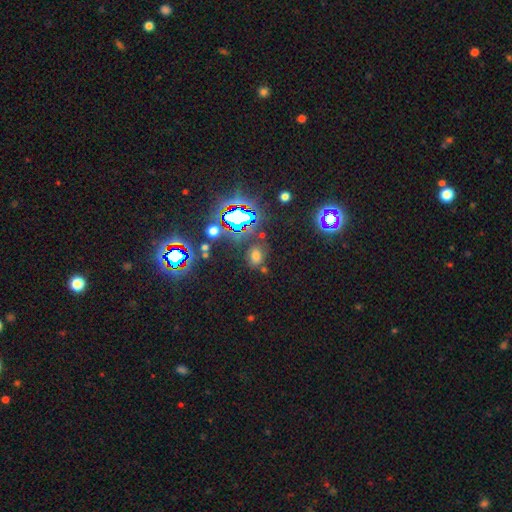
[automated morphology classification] type=smooth (52%); roundness=in between (65%); merging=none (75%).